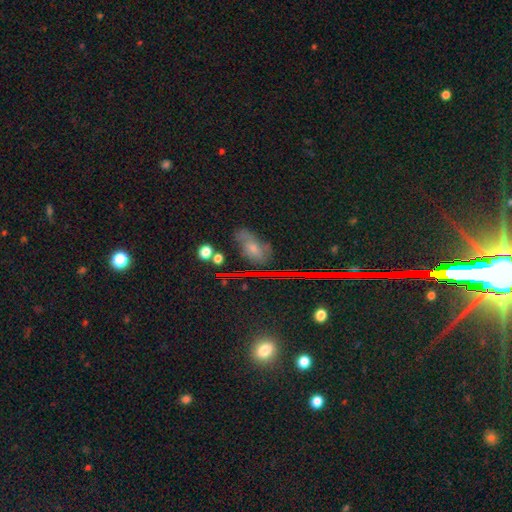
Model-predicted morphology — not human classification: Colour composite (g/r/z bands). It shows a star or artifact, not a galaxy (74%).